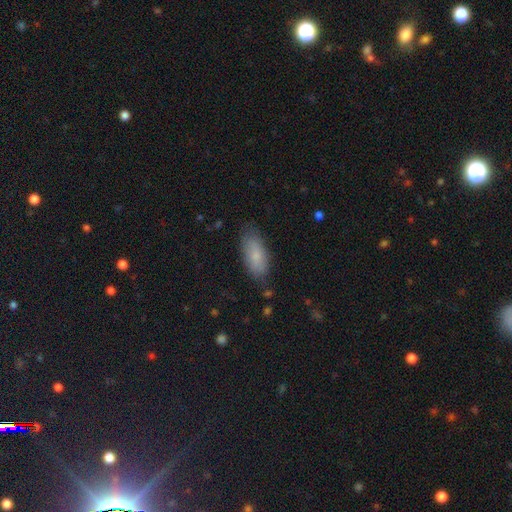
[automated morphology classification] smooth-or-featured: smooth: 80% | featured or disk: 14% | star or artifact: 7%
  how-rounded: in between: 87% | cigar-shaped: 11% | round: 2%
  merging: none: 77% | minor disturbance: 17% | major disturbance: 4% | merger: 2%